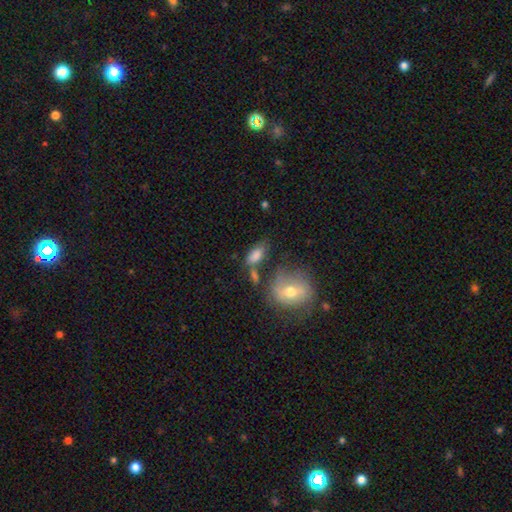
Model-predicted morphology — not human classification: The model was most divided on "merging": none: 50%, merger: 20%, minor disturbance: 20%, major disturbance: 9%. More confident: how rounded — in between (86%); smooth or featured — smooth (78%).